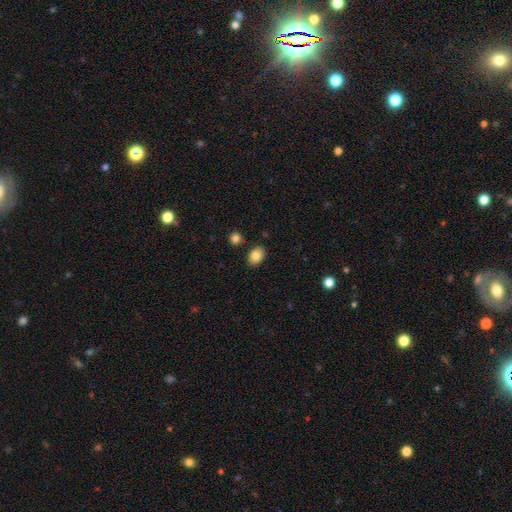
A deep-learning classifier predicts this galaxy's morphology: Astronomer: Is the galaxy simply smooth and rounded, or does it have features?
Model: smooth — 84%.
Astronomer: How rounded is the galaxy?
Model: in between — 81%.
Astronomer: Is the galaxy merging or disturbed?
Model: none — 86%.